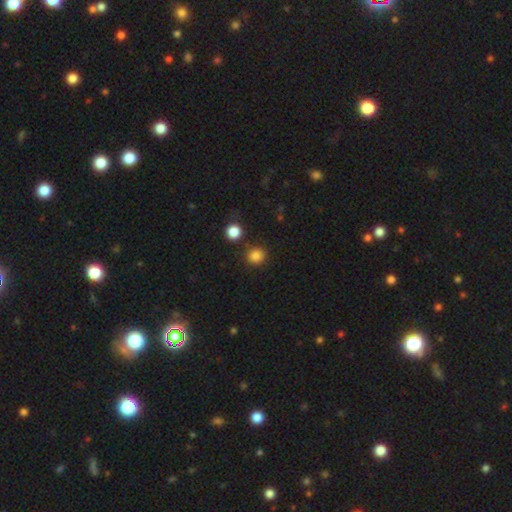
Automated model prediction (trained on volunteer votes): A smooth galaxy with no disk features (84%) that is round (89%).

Vote fractions:
- Smooth or featured? smooth: 84% / star or artifact: 12% / featured or disk: 4%
- How rounded? round: 89% / in between: 10% / cigar-shaped: 1%
- Merging? none: 85% / minor disturbance: 8% / merger: 4% / major disturbance: 3%